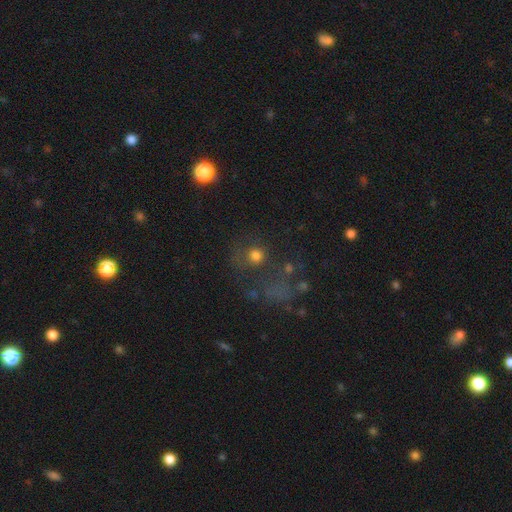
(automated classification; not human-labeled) A smooth galaxy with no disk features (64%) that is round (83%). Merging: none (51%).